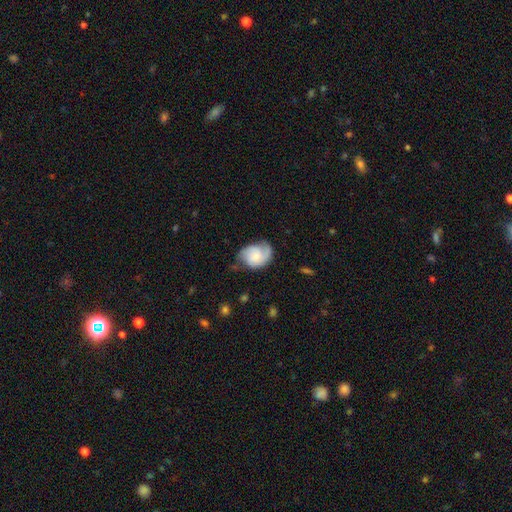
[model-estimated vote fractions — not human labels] Overall: featured or disk (55%; smooth 38%). Edge-on disk: no (97%). Bar: no (73%). Spiral arms: yes (89%). Bulge size: small (52%; moderate 30%). Merging: none (51%; minor disturbance 32%).